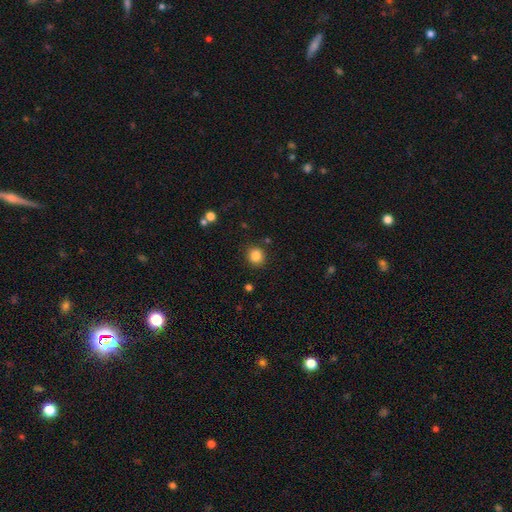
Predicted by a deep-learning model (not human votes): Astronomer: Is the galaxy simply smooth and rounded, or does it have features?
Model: smooth — 85%.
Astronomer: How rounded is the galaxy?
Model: round — 88%.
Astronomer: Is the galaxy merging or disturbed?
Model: none — 87%.